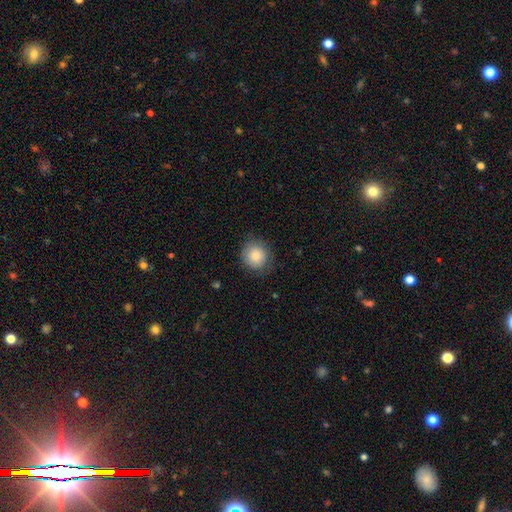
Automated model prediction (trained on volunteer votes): Smooth or featured? smooth (84%)
How rounded? round (86%)
Merging? none (80%)